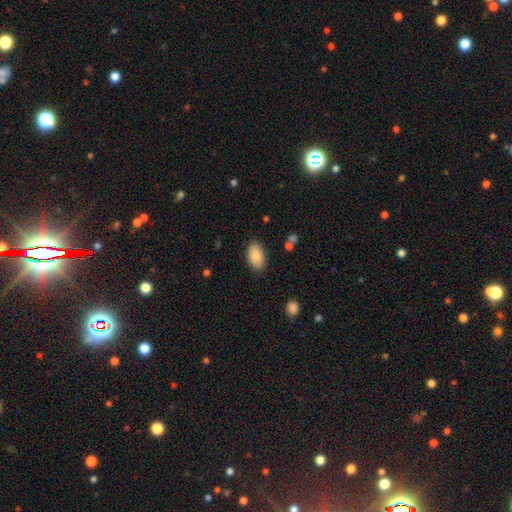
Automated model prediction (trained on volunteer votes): smooth 84%, featured or disk 9%, star or artifact 7%. Down the decision tree: how rounded — in between (94%); merging — none (86%).